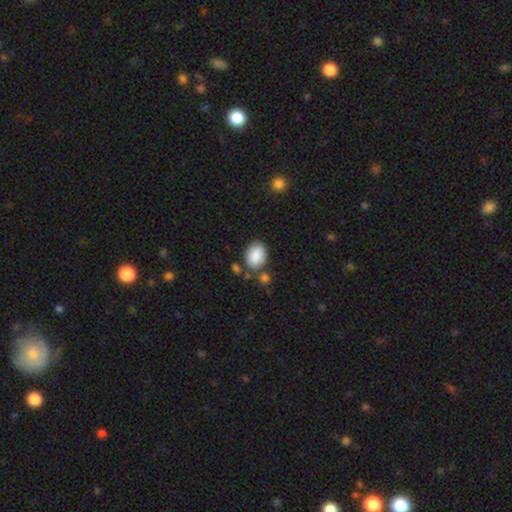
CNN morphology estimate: Overall: smooth (88%). How rounded: in between (69%; round 30%). Merging: none (71%).